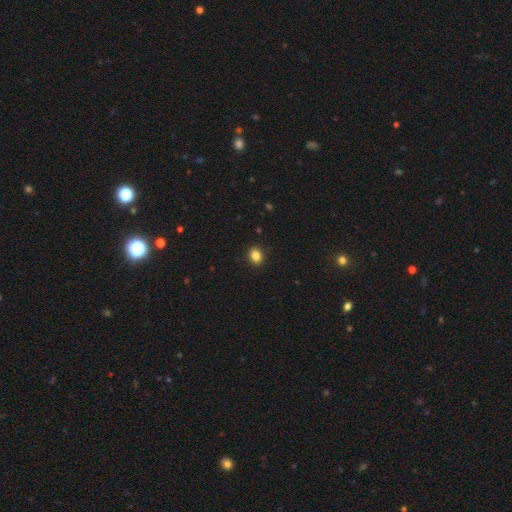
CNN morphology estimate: A smooth galaxy with no disk features (85%) that is in between round and cigar-shaped (50%). Merging: none (91%).